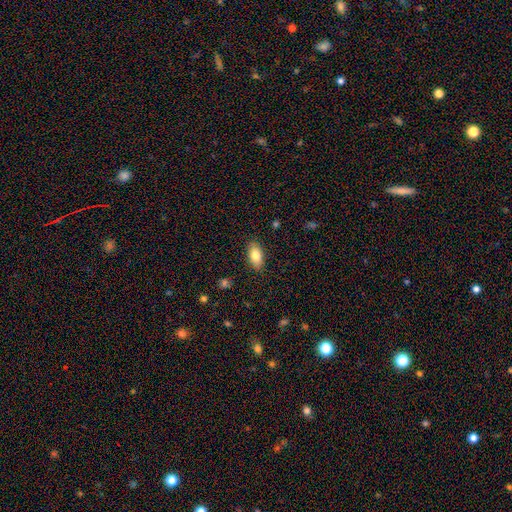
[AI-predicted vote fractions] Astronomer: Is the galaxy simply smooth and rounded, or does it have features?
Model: smooth — 80%.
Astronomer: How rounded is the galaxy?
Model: in between — 91%.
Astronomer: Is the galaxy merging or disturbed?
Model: none — 88%.